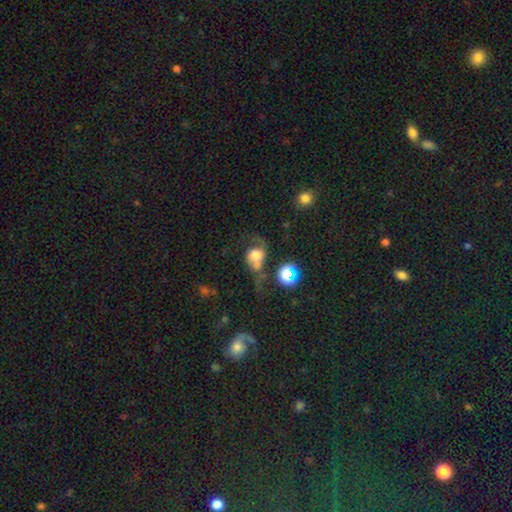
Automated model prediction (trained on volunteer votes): Morphology: type=smooth (49%); merging=major disturbance (38%).